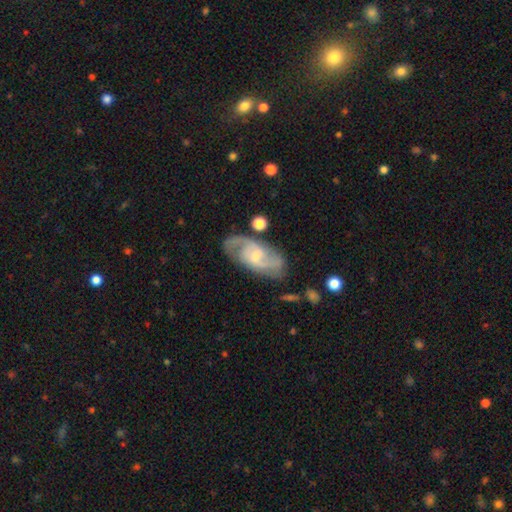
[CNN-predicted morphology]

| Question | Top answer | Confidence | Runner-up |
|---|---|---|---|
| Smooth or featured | featured or disk | 84% | smooth (11%) |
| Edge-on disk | no | 95% | yes (5%) |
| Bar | weak | 51% | no (38%) |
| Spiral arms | yes | 96% | no (4%) |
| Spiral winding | medium | 54% | tight (25%) |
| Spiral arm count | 2 | 79% | can't tell (9%) |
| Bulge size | small | 62% | moderate (30%) |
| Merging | none | 73% | minor disturbance (17%) |